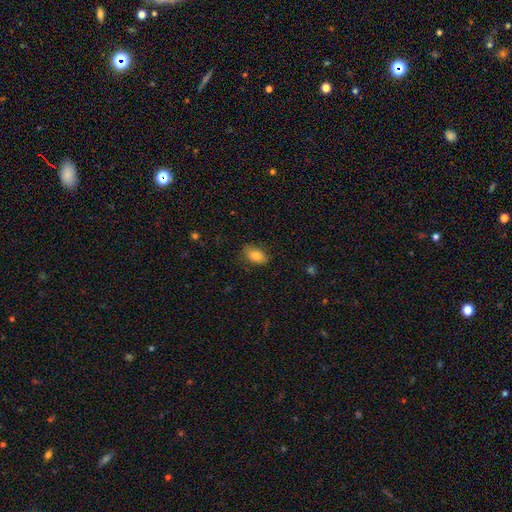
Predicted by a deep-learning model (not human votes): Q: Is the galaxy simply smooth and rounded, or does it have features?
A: smooth — 83%.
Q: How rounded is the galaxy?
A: in between — 90%.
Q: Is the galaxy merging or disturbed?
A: none — 80%.